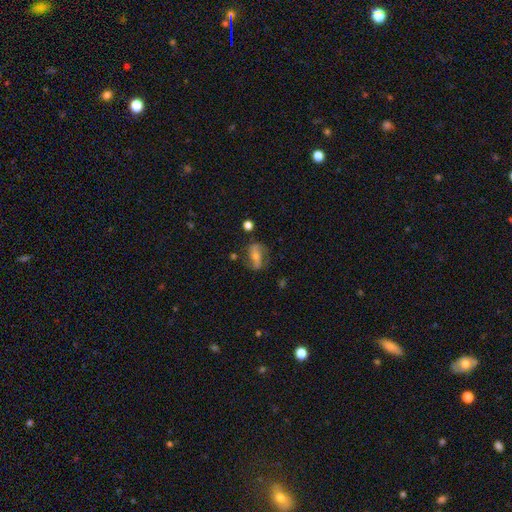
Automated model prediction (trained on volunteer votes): Smooth or featured? featured or disk (70%)
Edge-on disk? no (94%)
Bar? strong (35%)
Spiral arms? yes (87%)
Spiral winding? loose (43%)
Spiral arm count? 2 (86%)
Bulge size? moderate (46%)
Merging? none (73%)